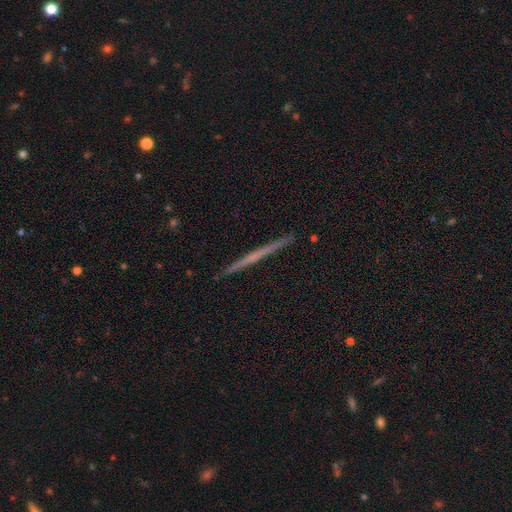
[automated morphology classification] Overall: featured or disk (60%; smooth 34%). Edge-on disk: yes (98%). Edge-on bulge: none (88%). Merging: none (92%).